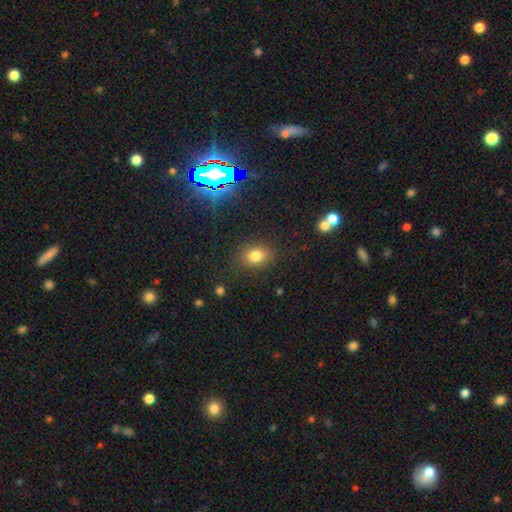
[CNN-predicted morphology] This appears to be a smooth galaxy with no disk features (79%) that is in between round and cigar-shaped (57%). Merging: none (84%).